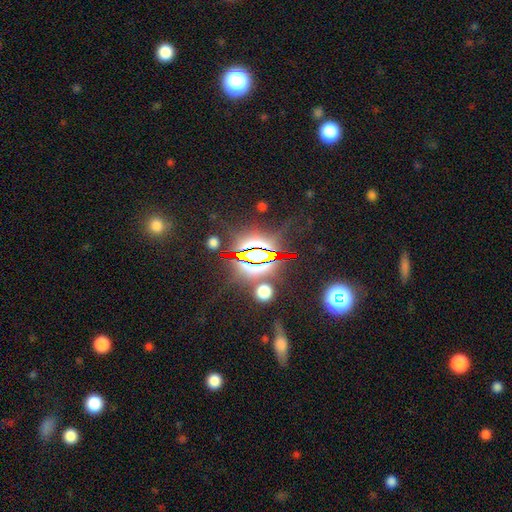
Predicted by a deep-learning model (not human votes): This appears to be a star or artifact, not a galaxy (76%).